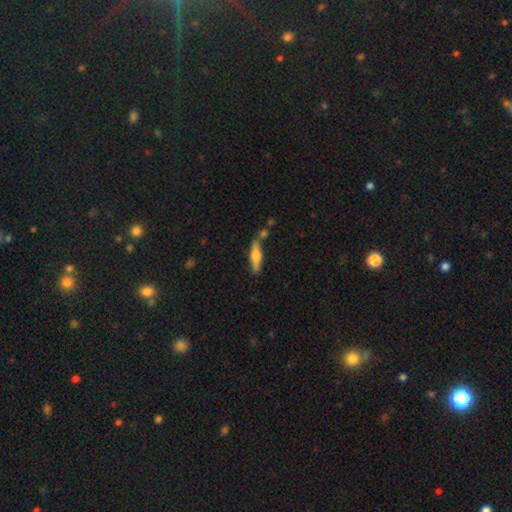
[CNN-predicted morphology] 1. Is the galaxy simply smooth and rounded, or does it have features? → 52% smooth, 42% featured or disk, 6% star or artifact.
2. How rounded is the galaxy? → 71% cigar-shaped, 27% in between, 2% round.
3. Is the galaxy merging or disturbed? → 72% none, 14% minor disturbance, 10% merger, 3% major disturbance.